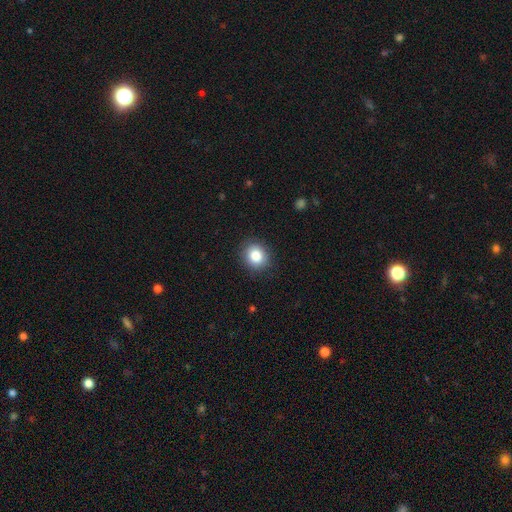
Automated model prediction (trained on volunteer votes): smooth-or-featured: smooth: 85% | star or artifact: 9% | featured or disk: 6%
  how-rounded: round: 79% | in between: 20% | cigar-shaped: 1%
  merging: none: 88% | minor disturbance: 8% | major disturbance: 2% | merger: 1%